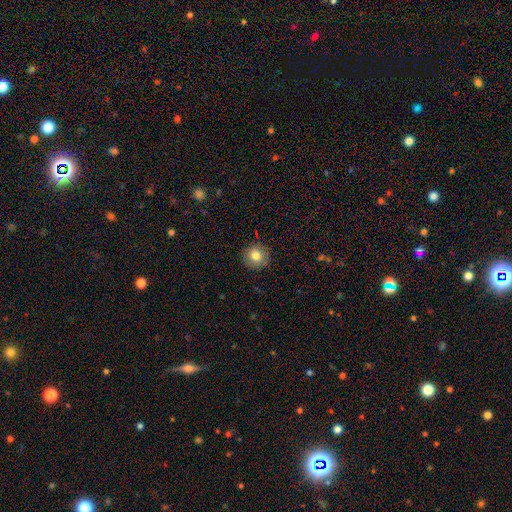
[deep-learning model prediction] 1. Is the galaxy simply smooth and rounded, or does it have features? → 79% smooth, 11% featured or disk, 10% star or artifact.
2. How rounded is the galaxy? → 92% round, 7% in between, 1% cigar-shaped.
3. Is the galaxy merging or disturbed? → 88% none, 9% minor disturbance, 2% major disturbance, 1% merger.